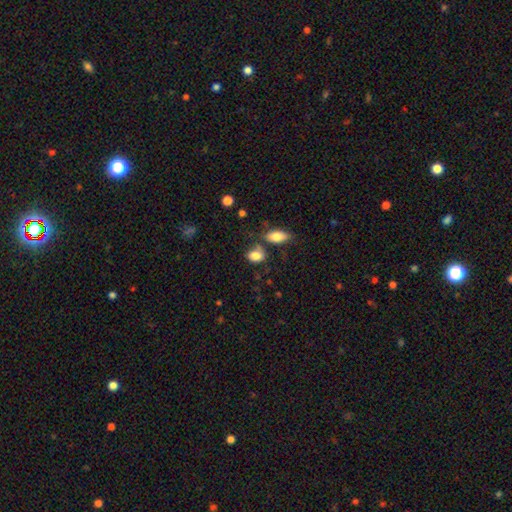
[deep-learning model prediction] smooth 84%, star or artifact 8%, featured or disk 8%. Down the decision tree: how rounded — in between (79%); merging — none (57%).